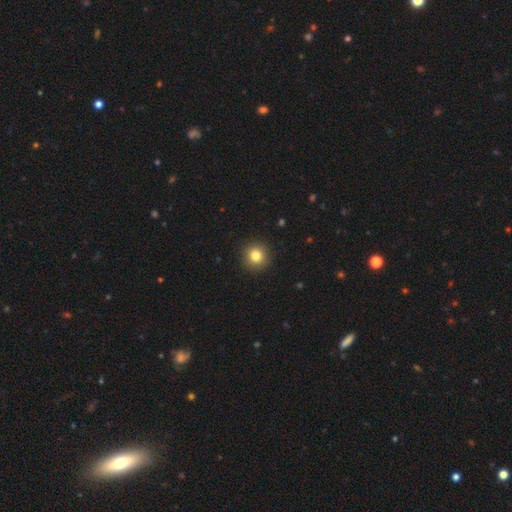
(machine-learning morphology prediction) A smooth galaxy with no disk features (83%) that is round (94%).

Vote fractions:
- Smooth or featured? smooth: 83% / star or artifact: 11% / featured or disk: 6%
- How rounded? round: 94% / in between: 5% / cigar-shaped: 1%
- Merging? none: 92% / minor disturbance: 5% / major disturbance: 2% / merger: 1%